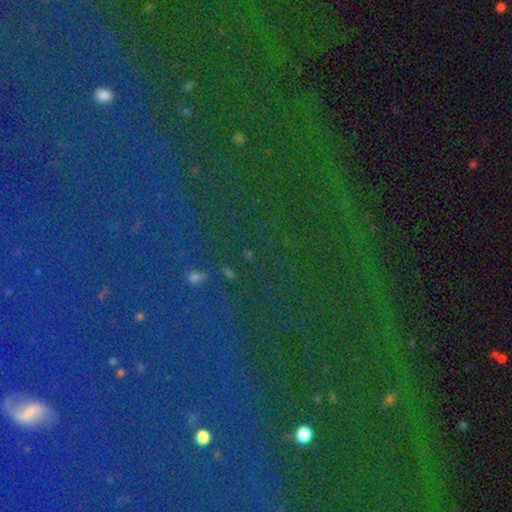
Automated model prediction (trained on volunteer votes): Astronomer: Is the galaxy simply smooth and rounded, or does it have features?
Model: star or artifact — 84%.